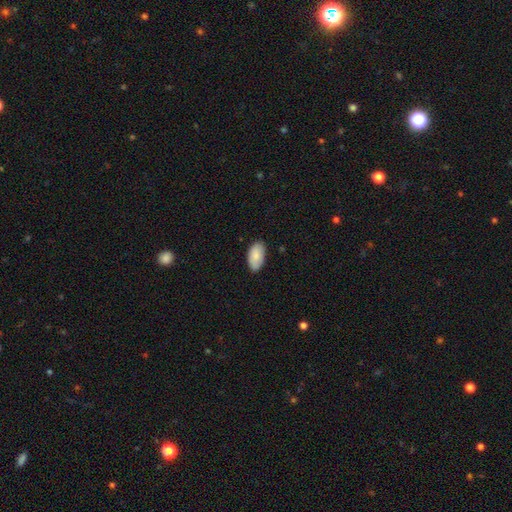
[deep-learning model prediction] smooth-or-featured: smooth: 85% | featured or disk: 9% | star or artifact: 6%
  how-rounded: in between: 96% | round: 3% | cigar-shaped: 2%
  merging: none: 83% | minor disturbance: 14% | major disturbance: 2% | merger: 1%